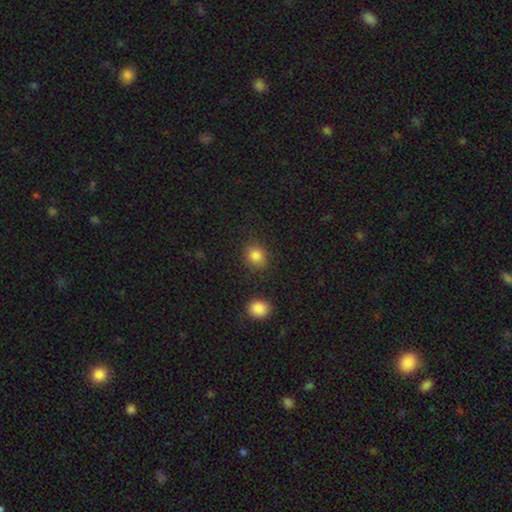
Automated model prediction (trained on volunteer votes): A smooth galaxy with no disk features (85%) that is round (71%).

Vote fractions:
- Smooth or featured? smooth: 85% / star or artifact: 11% / featured or disk: 4%
- How rounded? round: 71% / in between: 28% / cigar-shaped: 1%
- Merging? none: 83% / minor disturbance: 10% / major disturbance: 4% / merger: 3%